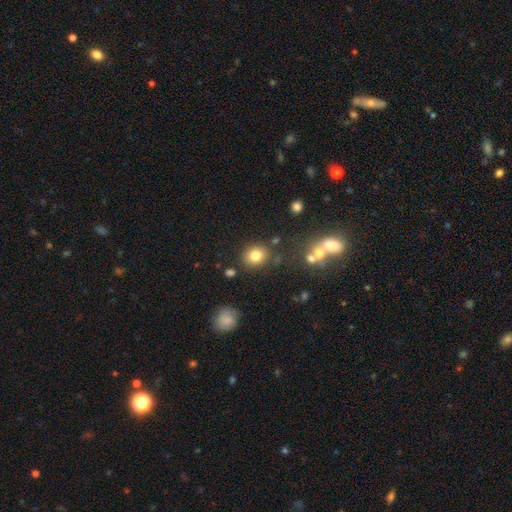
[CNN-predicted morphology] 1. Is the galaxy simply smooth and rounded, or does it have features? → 80% smooth, 12% star or artifact, 8% featured or disk.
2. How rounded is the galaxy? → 69% round, 30% in between, 1% cigar-shaped.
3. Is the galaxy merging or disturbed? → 81% none, 10% minor disturbance, 5% merger, 4% major disturbance.